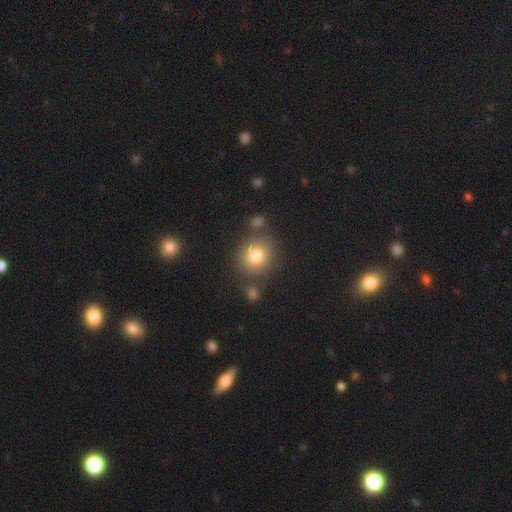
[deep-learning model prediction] This is likely a smooth galaxy (79%). How rounded: clearly round (82%). Merging: likely none (71%).